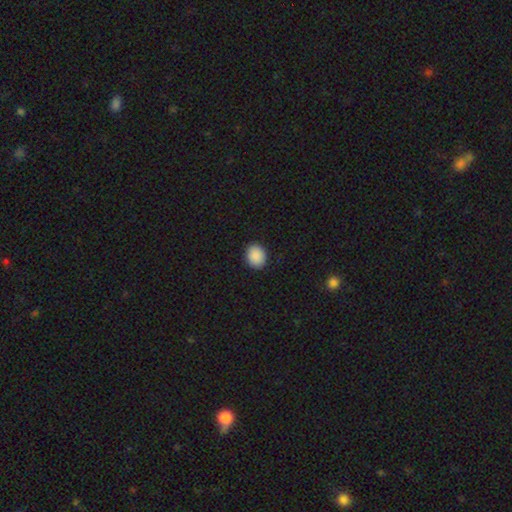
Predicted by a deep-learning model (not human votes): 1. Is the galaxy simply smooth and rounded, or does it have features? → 90% smooth, 8% star or artifact, 2% featured or disk.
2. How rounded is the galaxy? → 51% round, 48% in between, 1% cigar-shaped.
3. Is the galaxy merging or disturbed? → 90% none, 7% minor disturbance, 2% major disturbance, 1% merger.